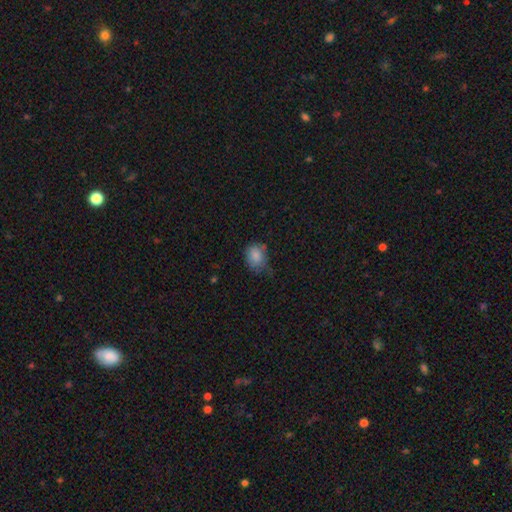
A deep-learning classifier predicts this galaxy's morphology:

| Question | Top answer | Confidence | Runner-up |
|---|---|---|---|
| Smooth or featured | smooth | 83% | star or artifact (9%) |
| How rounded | in between | 55% | round (44%) |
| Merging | none | 49% | minor disturbance (36%) |